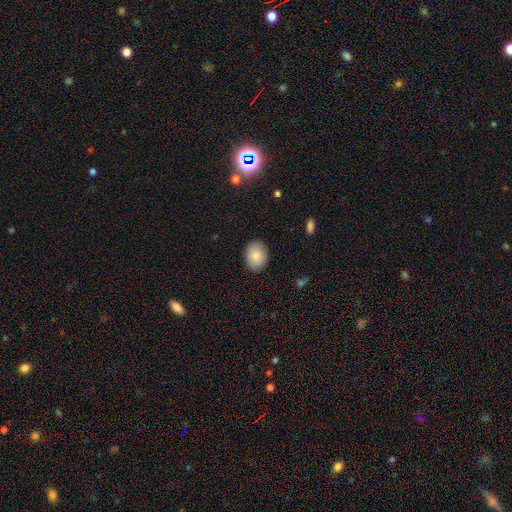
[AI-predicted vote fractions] Smooth or featured? smooth (86%)
How rounded? in between (65%)
Merging? none (87%)